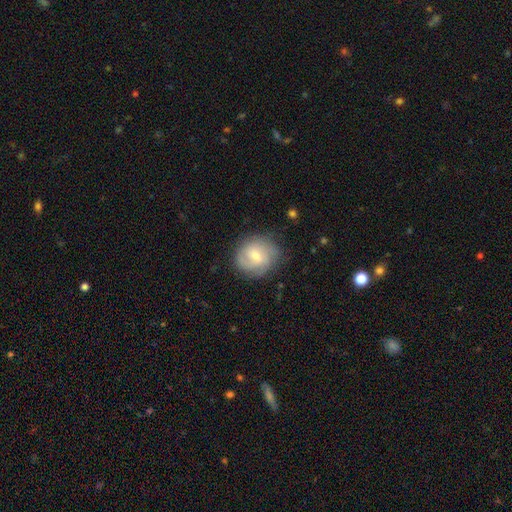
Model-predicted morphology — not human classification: featured or disk 61%, smooth 32%, star or artifact 7%. Down the decision tree: edge-on disk — no (98%); bar — no (46%, tied with weak); spiral arms — yes (89%); spiral arm count — can't tell (32%); spiral winding — tight (50%); bulge size — small (56%); merging — none (75%).